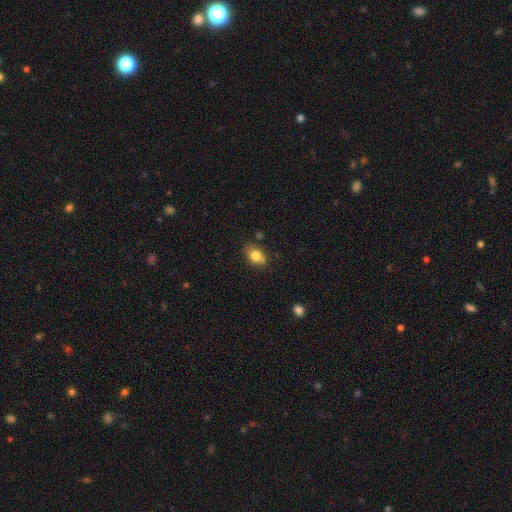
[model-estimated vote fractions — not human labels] smooth_or_featured: smooth (p=0.80) [alt: featured or disk p=0.11]
how_rounded: in between (p=0.73) [alt: round p=0.25]
merging: none (p=0.72) [alt: minor disturbance p=0.19]